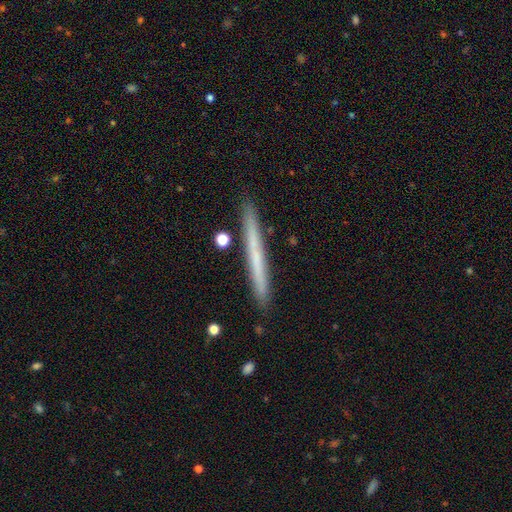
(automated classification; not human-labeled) Morphology: type=smooth (55%); roundness=cigar-shaped (97%); merging=none (90%).